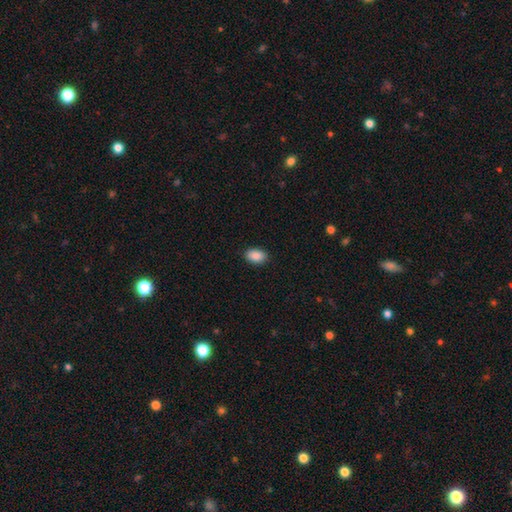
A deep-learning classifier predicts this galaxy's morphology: The model was most divided on "how rounded": in between: 90%, round: 9%, cigar-shaped: 1%. More confident: smooth or featured — smooth (90%); merging — none (90%).